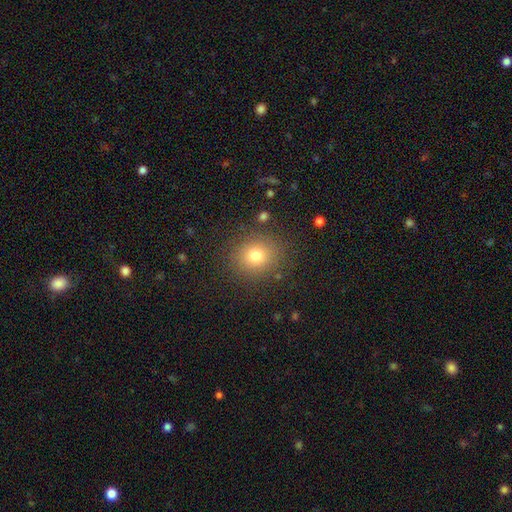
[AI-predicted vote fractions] Overall: smooth (76%). How rounded: round (79%). Merging: none (85%).